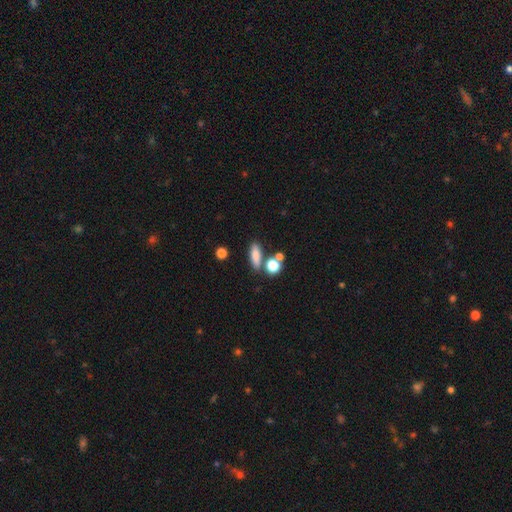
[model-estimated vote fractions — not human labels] Smooth or featured?
  - smooth: 79% *
  - featured or disk: 11%
  - star or artifact: 10%
How rounded?
  - in between: 50% *
  - cigar-shaped: 37%
  - round: 13%
Merging?
  - none: 70% *
  - merger: 14%
  - minor disturbance: 12%
  - major disturbance: 4%